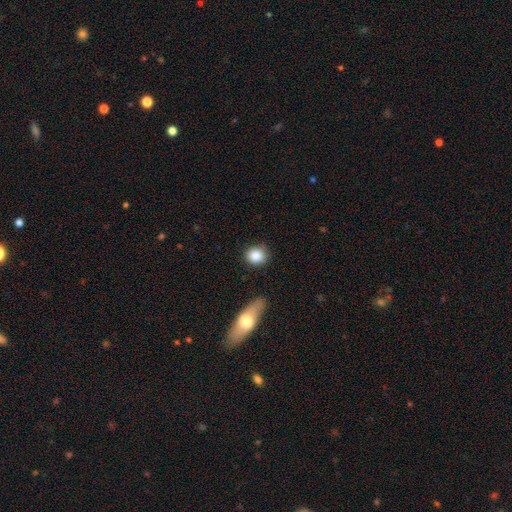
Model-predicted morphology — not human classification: smooth 87%, star or artifact 7%, featured or disk 5%. Down the decision tree: how rounded — round (80%); merging — none (80%).